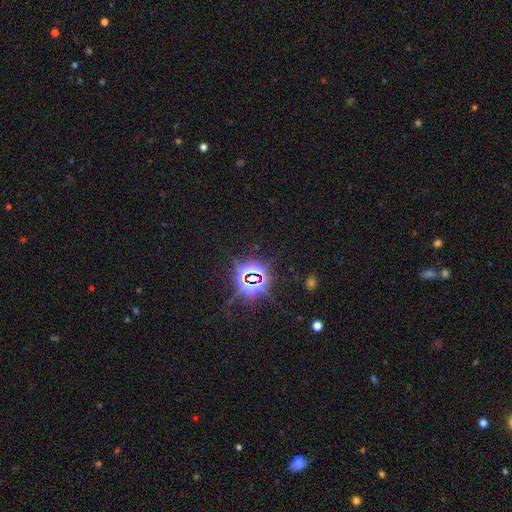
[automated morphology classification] type=star or artifact (84%).